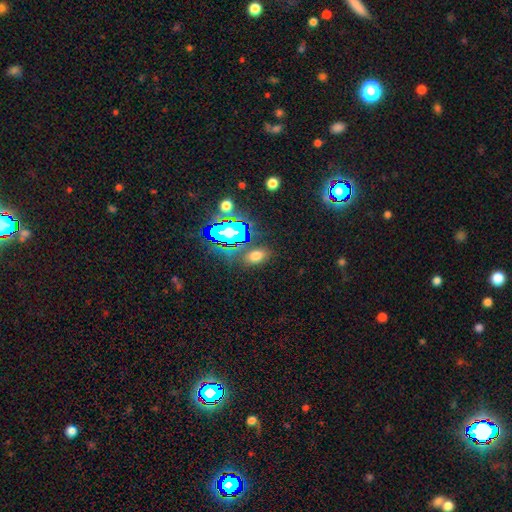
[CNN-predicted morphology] This is likely a smooth galaxy (62%). How rounded: clearly in between (83%). Merging: likely none (80%).